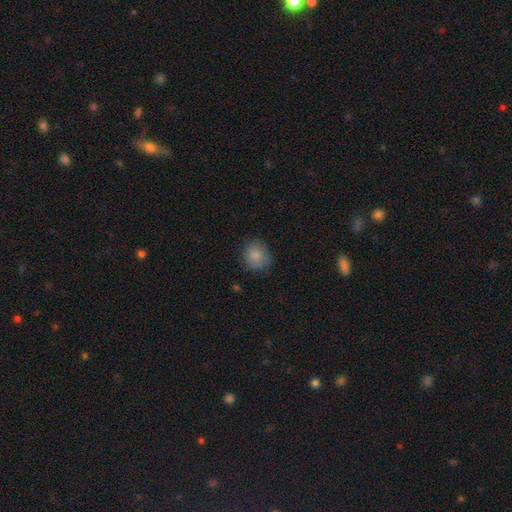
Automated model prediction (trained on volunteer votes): smooth-or-featured: smooth: 84% | star or artifact: 9% | featured or disk: 7%
  how-rounded: round: 81% | in between: 18% | cigar-shaped: 1%
  merging: none: 79% | minor disturbance: 16% | major disturbance: 4% | merger: 1%